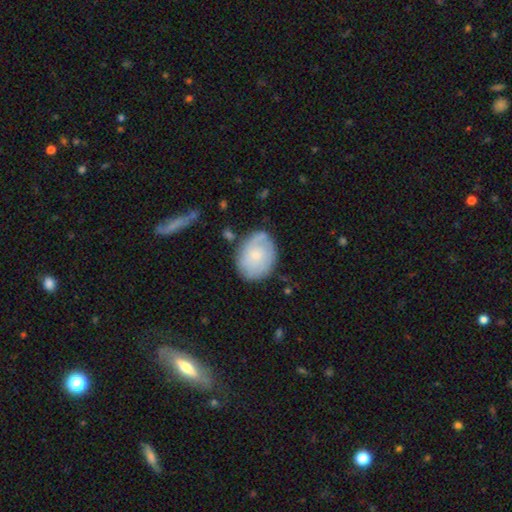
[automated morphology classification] Smooth or featured? Predicted: smooth (p=0.52). How rounded? Predicted: in between (p=0.61). Merging? Predicted: none (p=0.70).